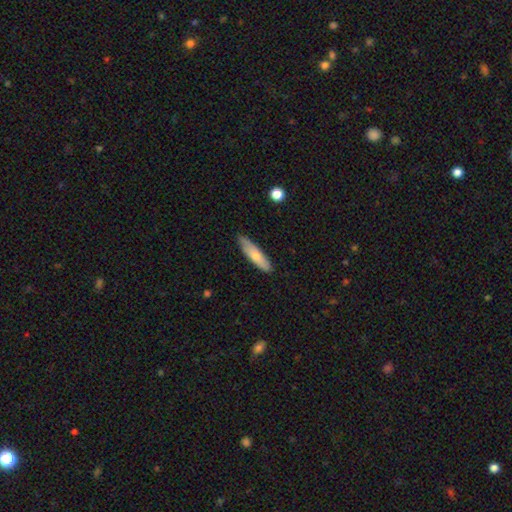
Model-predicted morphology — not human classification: smooth_or_featured: smooth (p=0.70) [alt: featured or disk p=0.24]
how_rounded: cigar-shaped (p=0.72) [alt: in between p=0.26]
merging: none (p=0.79) [alt: minor disturbance p=0.18]